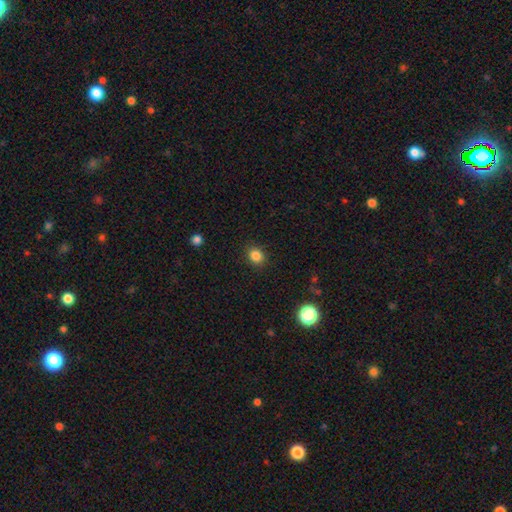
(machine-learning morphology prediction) type=smooth (85%); roundness=round (68%); merging=none (89%).